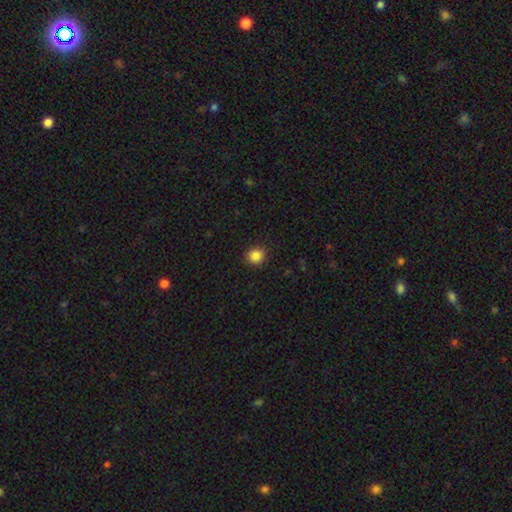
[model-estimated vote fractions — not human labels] smooth_or_featured: smooth (p=0.86) [alt: star or artifact p=0.11]
how_rounded: round (p=0.86) [alt: in between p=0.13]
merging: none (p=0.90) [alt: minor disturbance p=0.07]